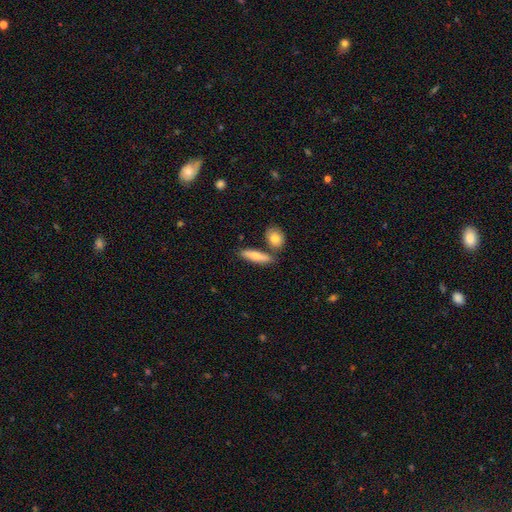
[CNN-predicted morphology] This appears to be a smooth galaxy with no disk features (73%) that is cigar-shaped (59%). Merging: none (66%).